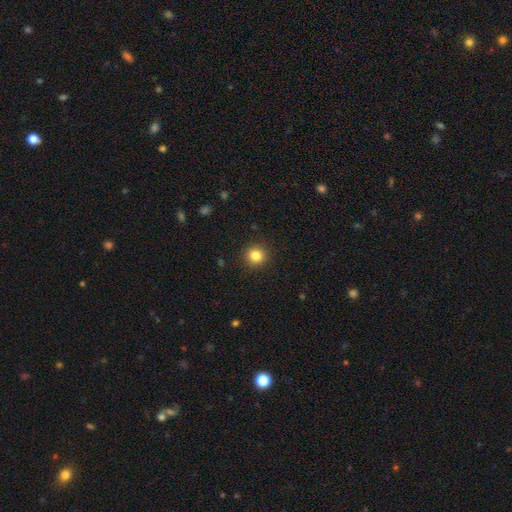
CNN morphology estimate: Smooth or featured? Predicted: smooth (p=0.83). How rounded? Predicted: round (p=0.93). Merging? Predicted: none (p=0.92).